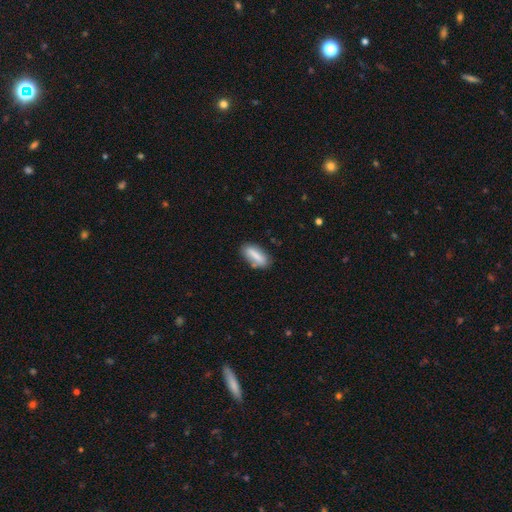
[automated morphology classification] Q: Smooth or featured?
A: smooth (77%); runner-up: featured or disk (16%)
Q: How rounded?
A: in between (65%); runner-up: cigar-shaped (32%)
Q: Merging?
A: none (74%); runner-up: minor disturbance (18%)